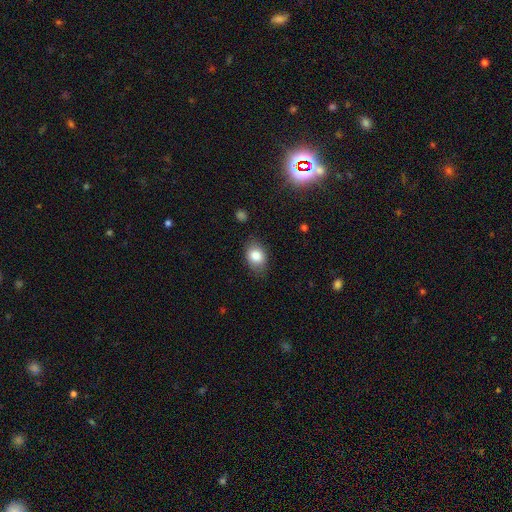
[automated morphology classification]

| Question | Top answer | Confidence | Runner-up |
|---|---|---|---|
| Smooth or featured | smooth | 81% | featured or disk (10%) |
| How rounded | in between | 73% | round (26%) |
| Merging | none | 78% | minor disturbance (16%) |